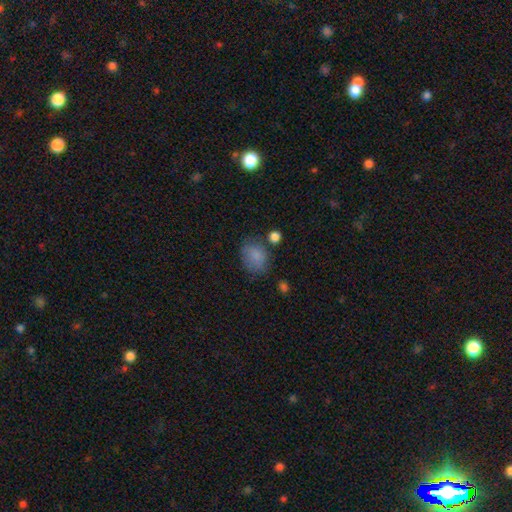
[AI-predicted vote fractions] Smooth or featured?
  - smooth: 81% *
  - star or artifact: 10%
  - featured or disk: 9%
How rounded?
  - in between: 58% *
  - round: 41%
  - cigar-shaped: 1%
Merging?
  - none: 60% *
  - minor disturbance: 24%
  - major disturbance: 10%
  - merger: 7%